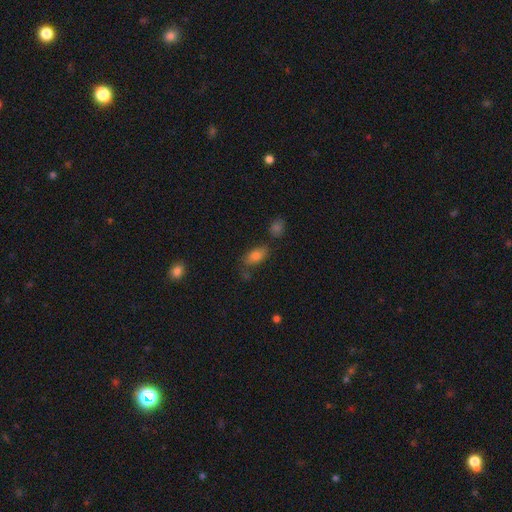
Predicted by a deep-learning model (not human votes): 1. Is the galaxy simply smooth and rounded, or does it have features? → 80% smooth, 10% star or artifact, 10% featured or disk.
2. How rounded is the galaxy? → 88% in between, 7% cigar-shaped, 5% round.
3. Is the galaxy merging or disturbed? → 65% none, 19% minor disturbance, 11% merger, 6% major disturbance.